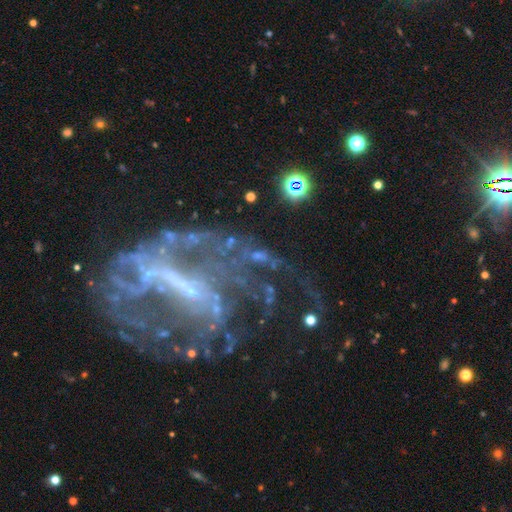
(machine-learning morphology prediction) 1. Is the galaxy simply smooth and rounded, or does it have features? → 77% featured or disk, 15% star or artifact, 7% smooth.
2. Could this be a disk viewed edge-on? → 96% no, 4% yes.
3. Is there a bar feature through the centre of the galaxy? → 36% strong, 35% weak, 29% no.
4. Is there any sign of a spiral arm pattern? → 70% yes, 30% no.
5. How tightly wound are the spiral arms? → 45% loose, 35% medium, 20% tight.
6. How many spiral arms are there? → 38% can't tell, 25% 2, 12% 3, 9% 1, 8% 4, 8% more than 4.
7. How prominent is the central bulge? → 47% small, 35% none, 14% moderate, 2% large, 1% dominant.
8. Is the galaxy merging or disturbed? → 39% none (tied), 39% major disturbance (tied), 15% minor disturbance, 7% merger.